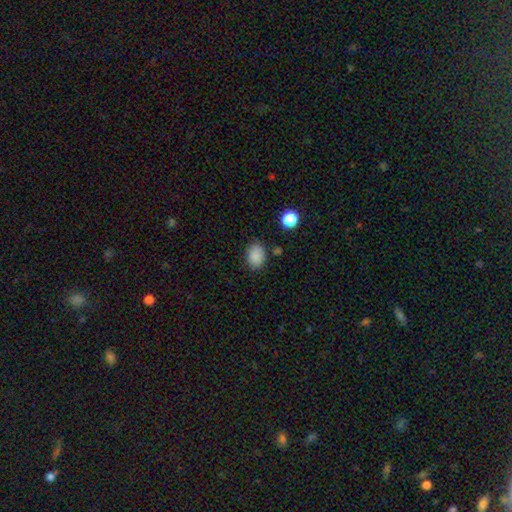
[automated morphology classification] Smooth or featured? Predicted: smooth (p=0.86). How rounded? Predicted: in between (p=0.69). Merging? Predicted: none (p=0.80).